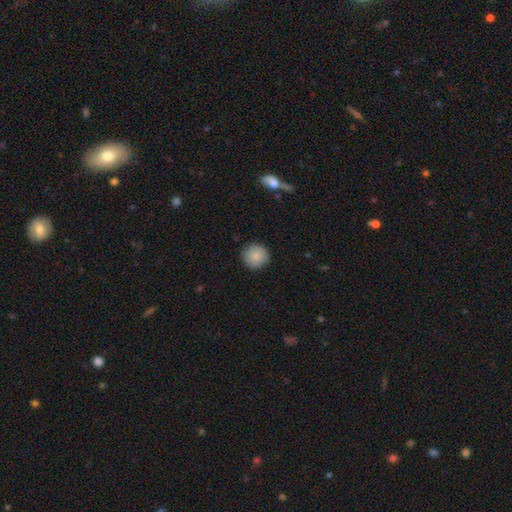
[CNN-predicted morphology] Smooth or featured? Predicted: smooth (p=0.85). How rounded? Predicted: round (p=0.94). Merging? Predicted: none (p=0.90).